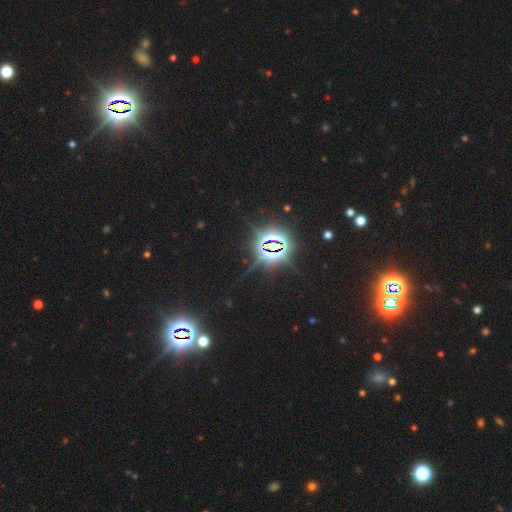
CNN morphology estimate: Smooth or featured: star or artifact — 83% (smooth — 11%)